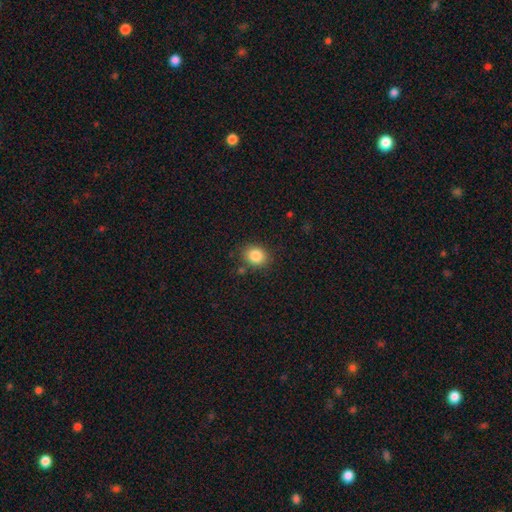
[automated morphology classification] A smooth galaxy with no disk features (86%) that is round (63%). Merging: none (82%).